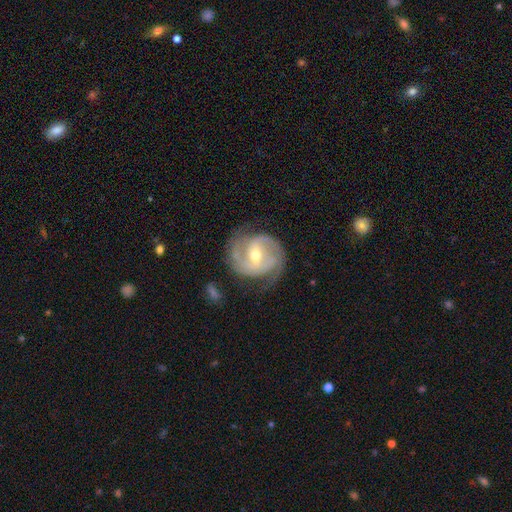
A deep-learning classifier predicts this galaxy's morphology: This is clearly a featured or disk galaxy (88%). It is clearly not viewed edge-on (98%). Bar: possibly weak (48%). Spiral arm pattern: clearly yes (97%). Spiral arm count: clearly 2 (80%). Spiral winding: possibly medium (48%). Central bulge: likely moderate (60%). Merging: likely none (74%).